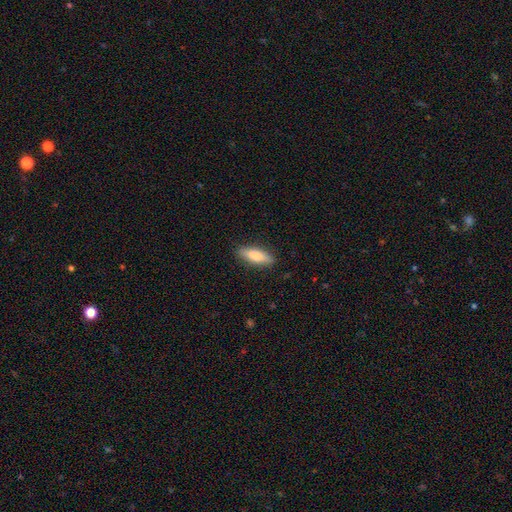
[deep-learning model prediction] This appears to be a smooth galaxy with no disk features (81%) that is in between round and cigar-shaped (51%). Merging: none (88%).